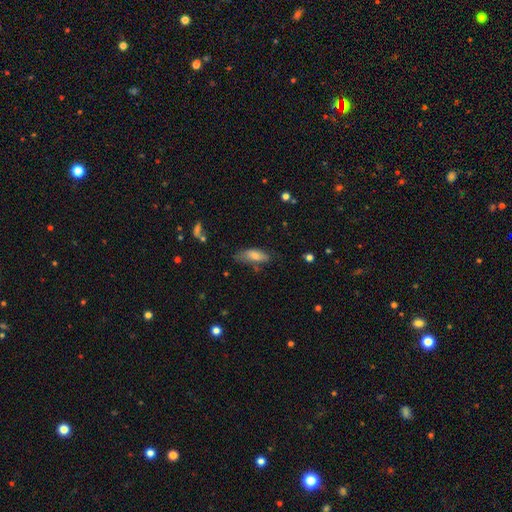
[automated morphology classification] Overall: smooth (76%). How rounded: in between (72%). Merging: none (54%; minor disturbance 33%).